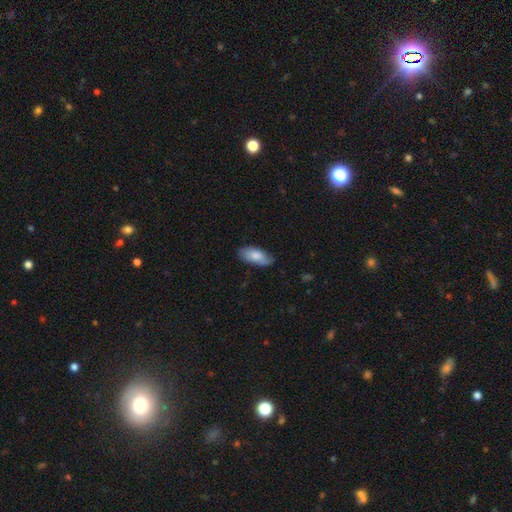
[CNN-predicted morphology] Overall: smooth (81%). How rounded: in between (88%). Merging: none (79%).